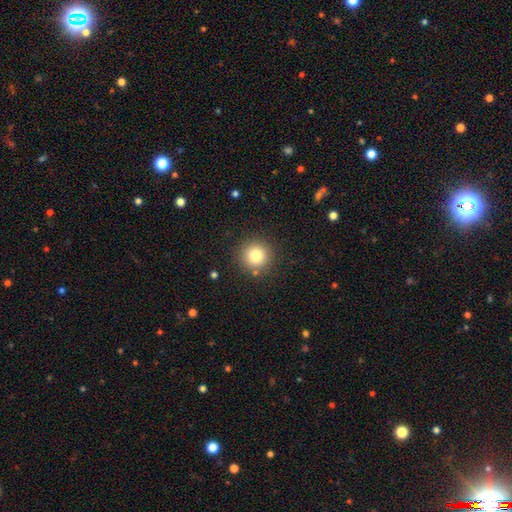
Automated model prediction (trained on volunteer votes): Morphology: type=smooth (80%); roundness=round (95%); merging=none (88%).